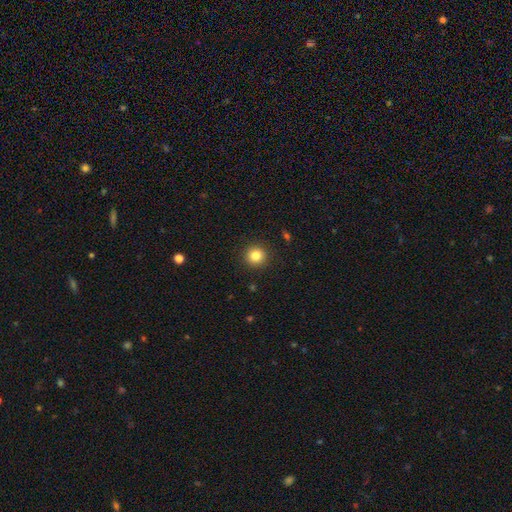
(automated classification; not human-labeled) Smooth or featured: smooth — 83% (star or artifact — 11%)
How rounded: round — 93% (in between — 6%)
Merging: none — 92% (minor disturbance — 5%)